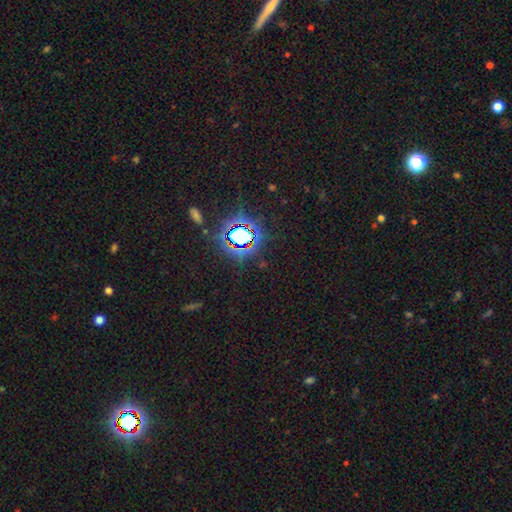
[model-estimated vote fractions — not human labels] A star or artifact, not a galaxy (79%).